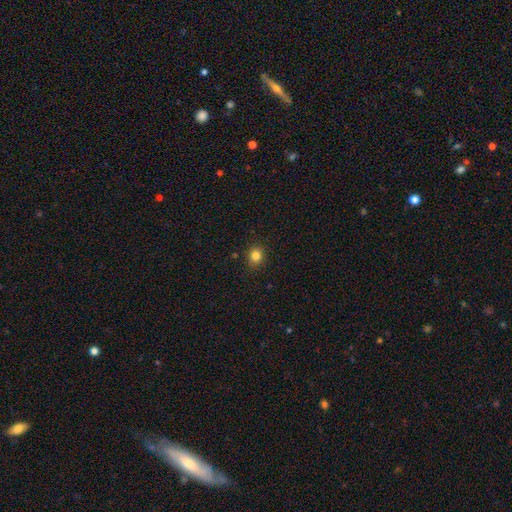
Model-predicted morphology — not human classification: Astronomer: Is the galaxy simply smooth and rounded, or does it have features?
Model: smooth — 82%.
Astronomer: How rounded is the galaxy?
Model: round — 79%.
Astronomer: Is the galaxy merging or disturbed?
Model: none — 87%.